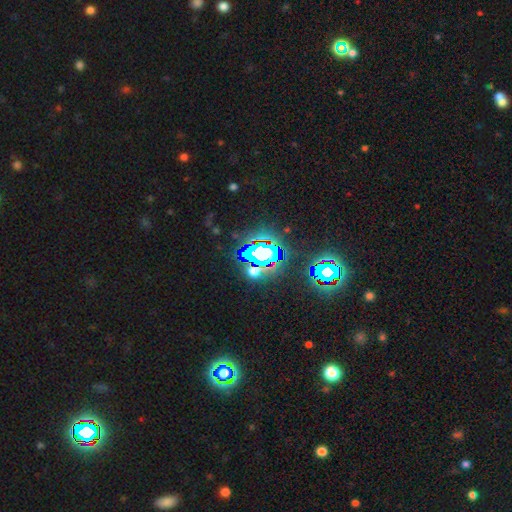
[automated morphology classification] The model was most divided on "smooth or featured": star or artifact: 78%, smooth: 14%, featured or disk: 9%.